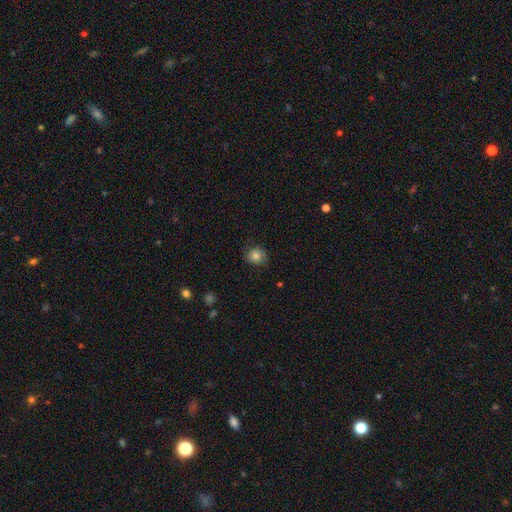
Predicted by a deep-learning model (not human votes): Overall: smooth (81%). How rounded: round (77%). Merging: none (80%).